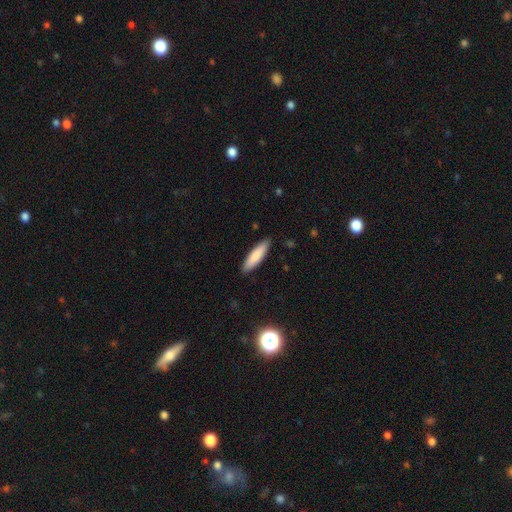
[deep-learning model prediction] The model was most divided on "how rounded": cigar-shaped: 69%, in between: 30%, round: 1%. More confident: merging — none (89%); smooth or featured — smooth (83%).